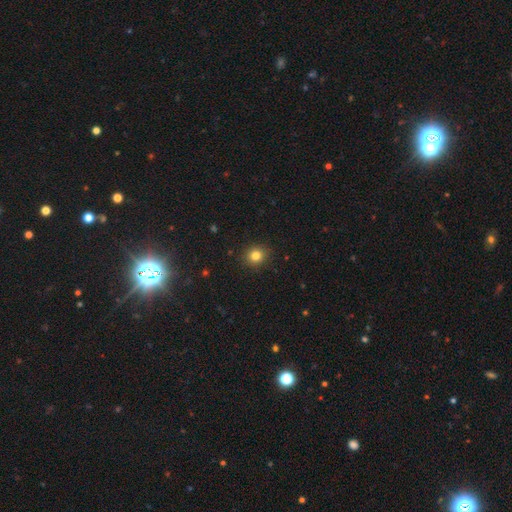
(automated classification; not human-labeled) Q: Smooth or featured?
A: smooth (82%); runner-up: star or artifact (13%)
Q: How rounded?
A: round (85%); runner-up: in between (14%)
Q: Merging?
A: none (90%); runner-up: minor disturbance (7%)